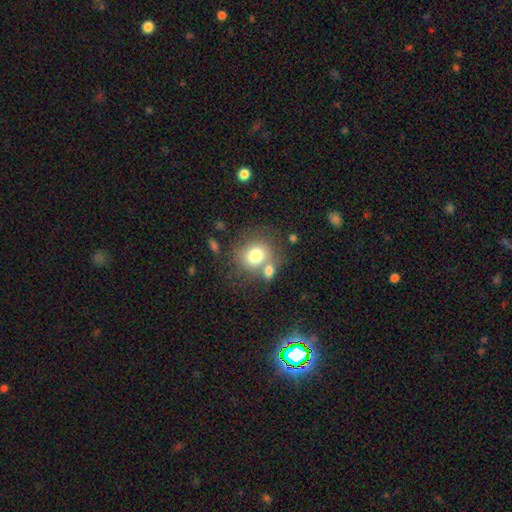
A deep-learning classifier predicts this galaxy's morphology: Smooth or featured?
  - smooth: 76% *
  - featured or disk: 15%
  - star or artifact: 9%
How rounded?
  - round: 71% *
  - in between: 29%
  - cigar-shaped: 1%
Merging?
  - none: 51% *
  - merger: 30%
  - minor disturbance: 12%
  - major disturbance: 6%